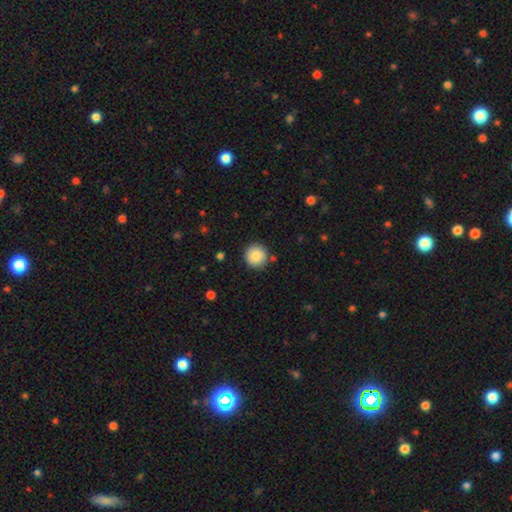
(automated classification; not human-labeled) Morphology: type=smooth (86%); roundness=round (95%); merging=none (87%).